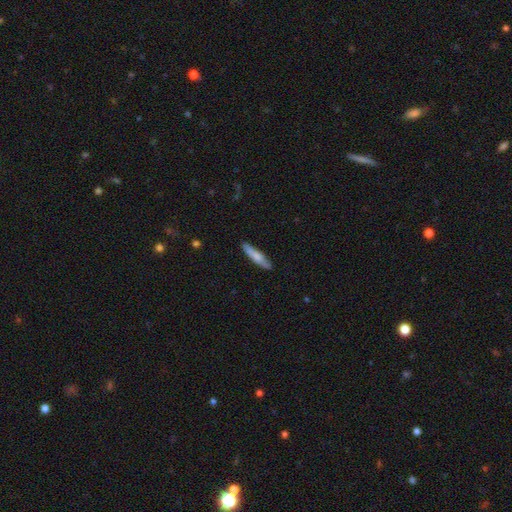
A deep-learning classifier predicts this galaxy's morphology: This appears to be a smooth galaxy with no disk features (69%) that is cigar-shaped (85%). Merging: none (83%).